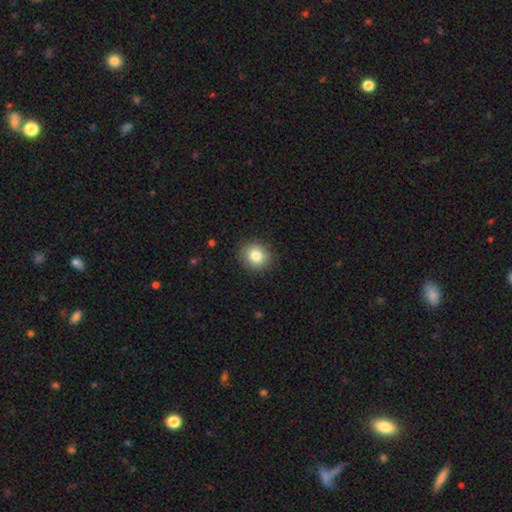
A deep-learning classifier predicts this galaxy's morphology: This appears to be a smooth galaxy with no disk features (82%) that is round (82%). Merging: none (89%).